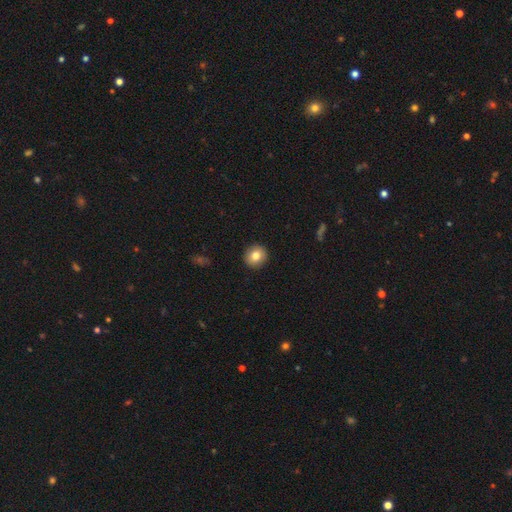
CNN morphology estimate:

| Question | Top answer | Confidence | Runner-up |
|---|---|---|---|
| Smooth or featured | smooth | 81% | featured or disk (10%) |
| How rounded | round | 89% | in between (10%) |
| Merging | none | 93% | minor disturbance (5%) |